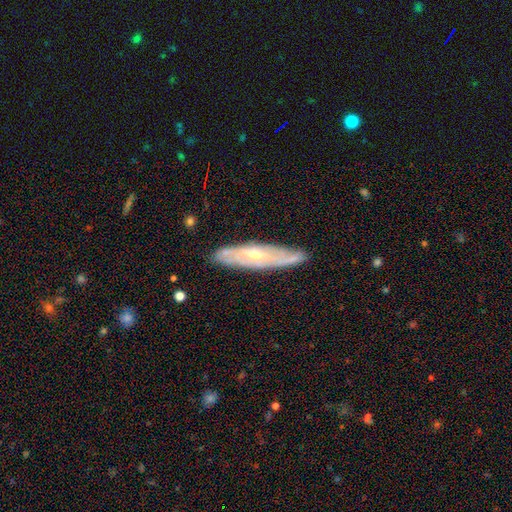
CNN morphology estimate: A featured or disk galaxy (76%).

Vote fractions:
- Smooth or featured? featured or disk: 76% / smooth: 18% / star or artifact: 6%
- Edge-on disk? no: 57% / yes: 43%
- Merging? none: 81% / minor disturbance: 15% / major disturbance: 3% / merger: 2%